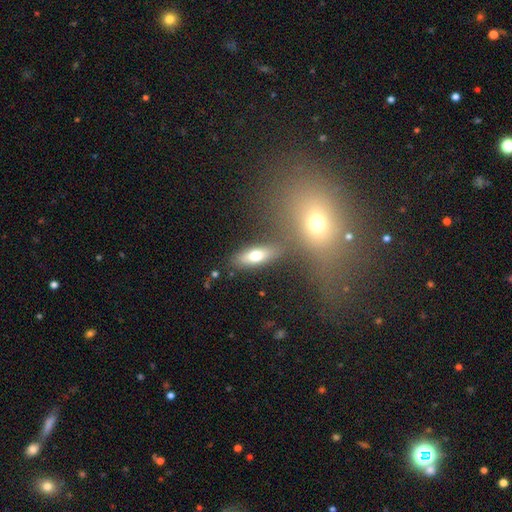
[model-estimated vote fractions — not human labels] A smooth galaxy with no disk features (68%) that is in between round and cigar-shaped (69%). Merging: none (75%).